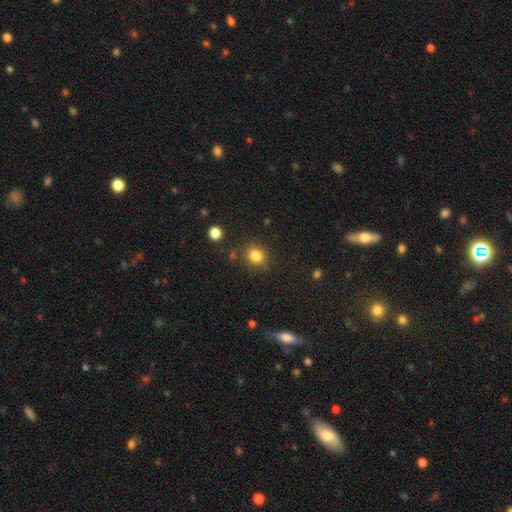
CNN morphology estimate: Overall: smooth (83%). How rounded: round (73%). Merging: none (80%).